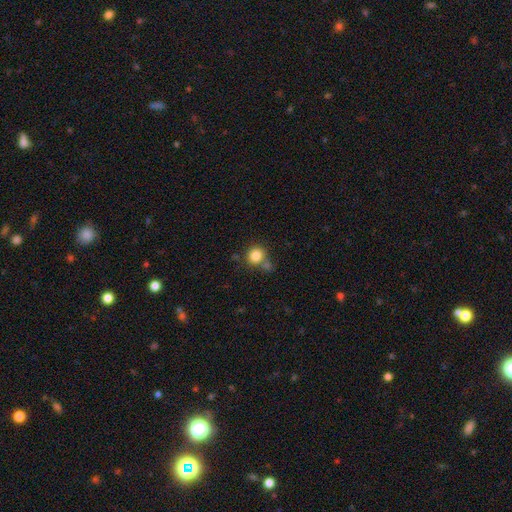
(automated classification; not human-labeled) Q: Smooth or featured?
A: smooth (84%); runner-up: star or artifact (11%)
Q: How rounded?
A: round (88%); runner-up: in between (11%)
Q: Merging?
A: none (61%); runner-up: merger (22%)